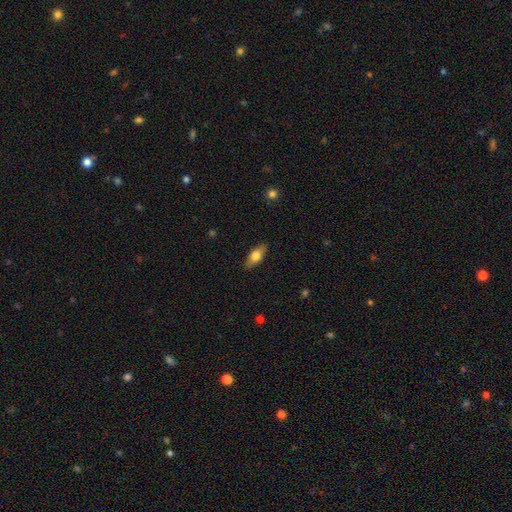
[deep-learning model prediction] The model was most divided on "smooth or featured": smooth: 66%, featured or disk: 28%, star or artifact: 6%. More confident: merging — none (86%); how rounded — in between (79%).